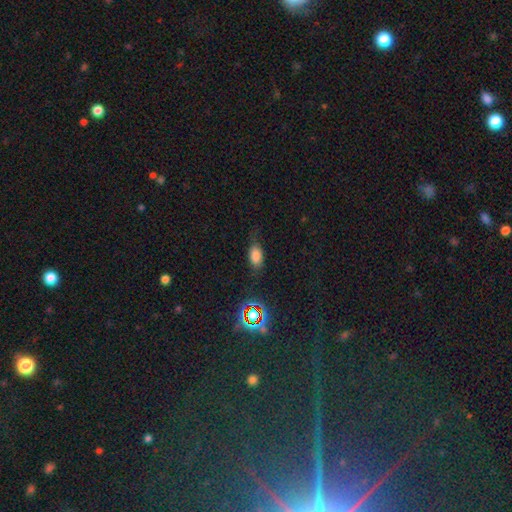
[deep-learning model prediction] Morphology: type=smooth (73%); roundness=in between (87%); merging=none (71%).